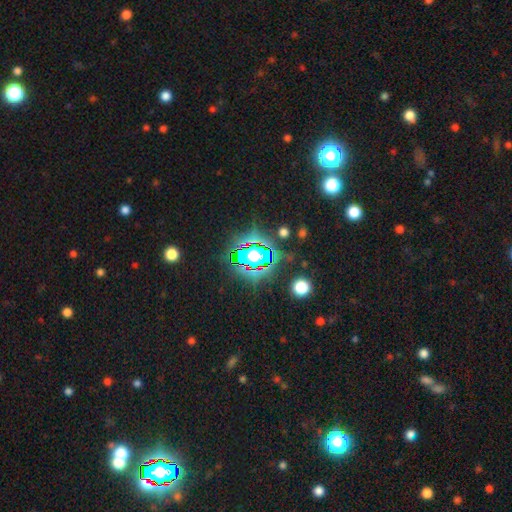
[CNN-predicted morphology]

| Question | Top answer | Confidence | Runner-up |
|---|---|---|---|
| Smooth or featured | star or artifact | 71% | smooth (17%) |